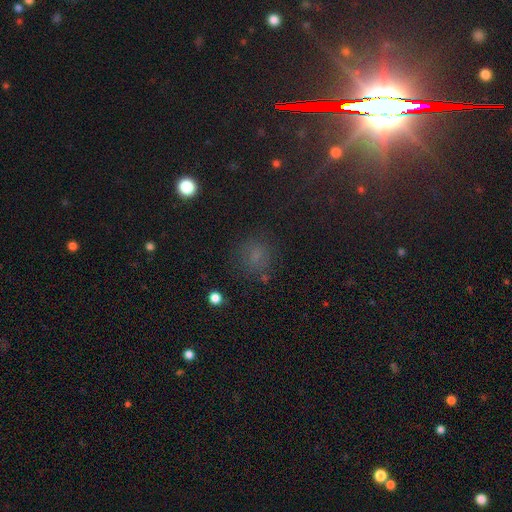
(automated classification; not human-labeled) smooth 60%, star or artifact 30%, featured or disk 10%. Down the decision tree: how rounded — round (86%); merging — none (77%).